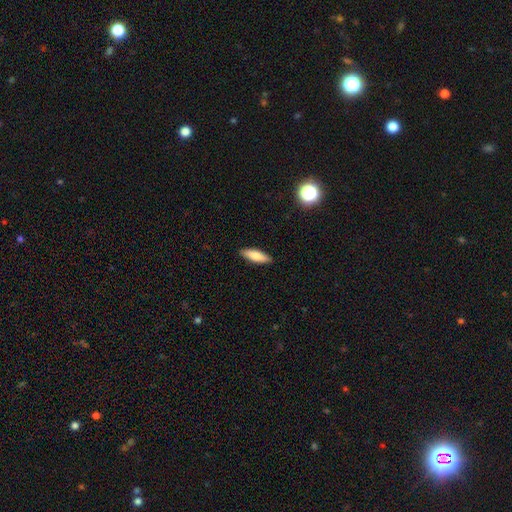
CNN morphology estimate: Smooth or featured: smooth — 79% (featured or disk — 15%)
How rounded: in between — 51% (cigar-shaped — 47%)
Merging: none — 89% (minor disturbance — 8%)